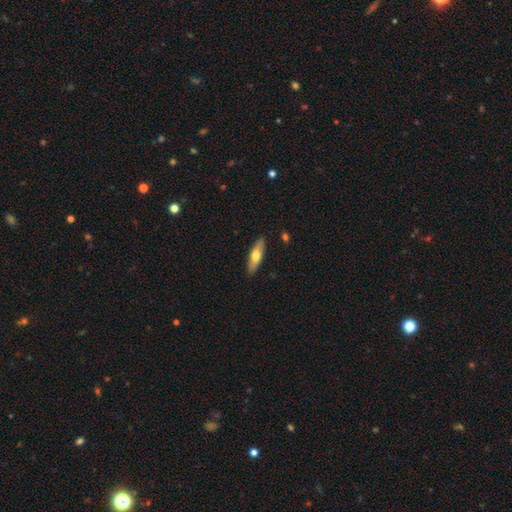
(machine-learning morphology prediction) Overall: smooth (61%; featured or disk 33%). How rounded: cigar-shaped (55%; in between 43%). Merging: none (89%).